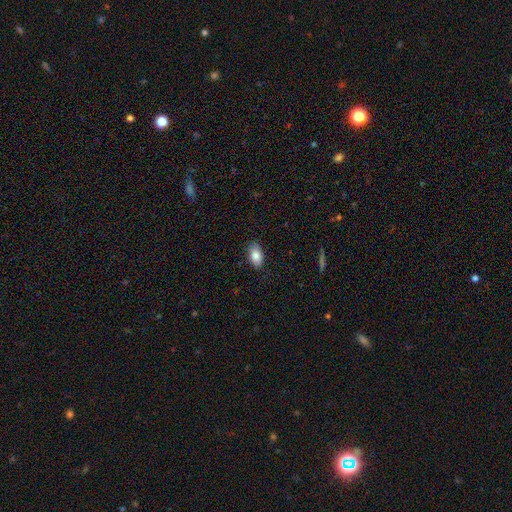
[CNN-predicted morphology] smooth-or-featured: smooth: 83% | featured or disk: 10% | star or artifact: 7%
  how-rounded: in between: 92% | round: 5% | cigar-shaped: 2%
  merging: none: 86% | minor disturbance: 11% | major disturbance: 2% | merger: 1%